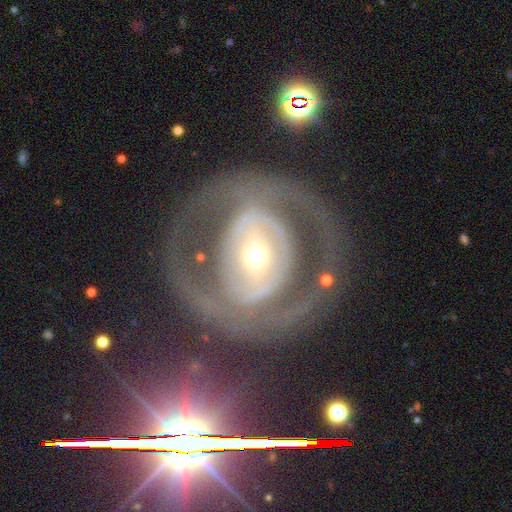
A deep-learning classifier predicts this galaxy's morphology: This is likely a featured or disk galaxy (75%). It is clearly not viewed edge-on (95%). Bar: marginally no (38%). Spiral arm pattern: possibly no (56%). Central bulge: possibly moderate (56%). Merging: likely none (68%).